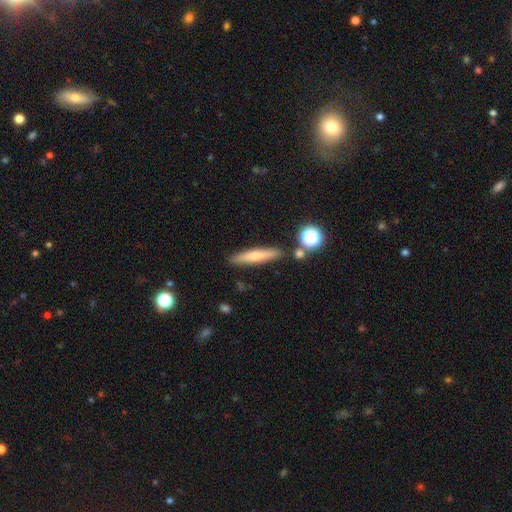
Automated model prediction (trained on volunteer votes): This is likely a smooth galaxy (62%). How rounded: clearly cigar-shaped (86%). Merging: clearly none (84%).